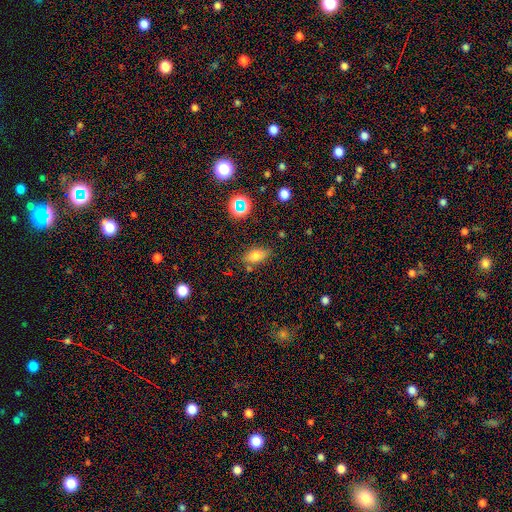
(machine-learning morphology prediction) This is likely a smooth galaxy (73%). How rounded: clearly in between (83%). Merging: likely none (78%).